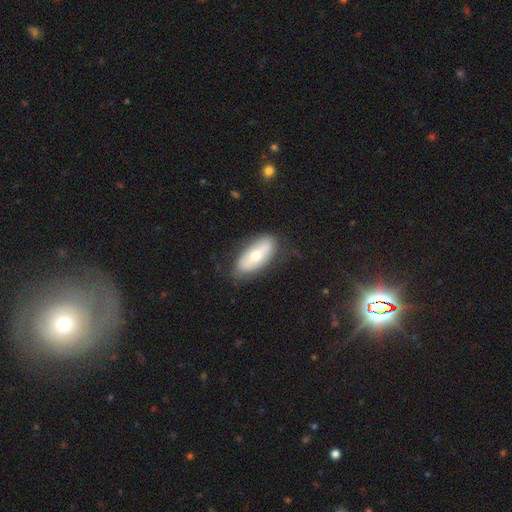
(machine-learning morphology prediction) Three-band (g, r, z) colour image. It shows a smooth galaxy with no disk features (53%) that is in between round and cigar-shaped (86%). Merging: none (76%).